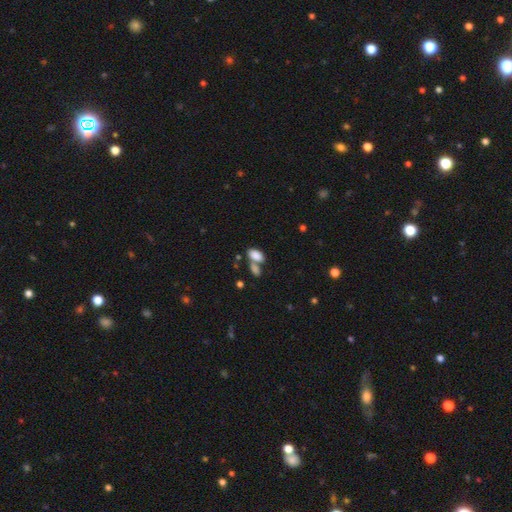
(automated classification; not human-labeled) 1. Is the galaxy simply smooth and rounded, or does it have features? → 85% smooth, 9% star or artifact, 7% featured or disk.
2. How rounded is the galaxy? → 93% in between, 4% round, 3% cigar-shaped.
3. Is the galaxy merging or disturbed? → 43% merger, 41% none, 11% minor disturbance, 5% major disturbance.